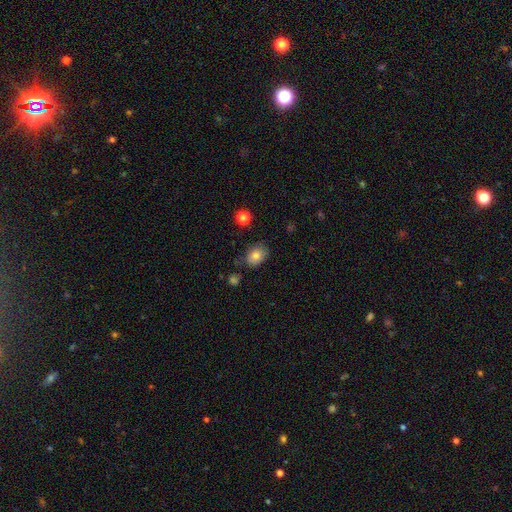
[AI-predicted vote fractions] This appears to be a smooth galaxy with no disk features (78%) that is in between round and cigar-shaped (63%). Merging: none (72%).